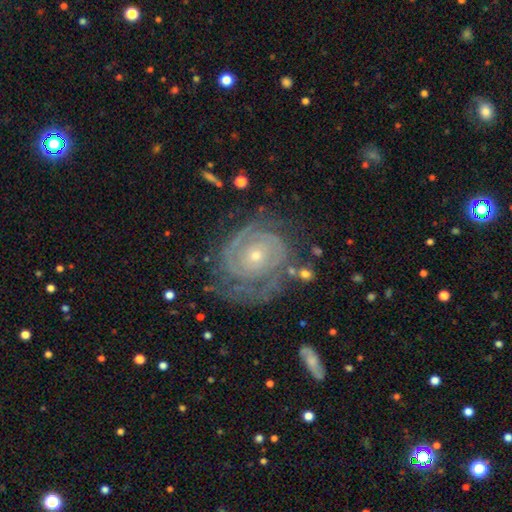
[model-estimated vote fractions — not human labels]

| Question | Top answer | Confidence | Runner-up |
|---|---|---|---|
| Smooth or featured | featured or disk | 89% | smooth (6%) |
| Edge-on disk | no | 97% | yes (3%) |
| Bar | no | 78% | weak (17%) |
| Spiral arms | yes | 96% | no (4%) |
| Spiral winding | tight | 80% | medium (16%) |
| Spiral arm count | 2 | 43% | can't tell (23%) |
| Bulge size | small | 67% | moderate (30%) |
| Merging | none | 67% | minor disturbance (19%) |